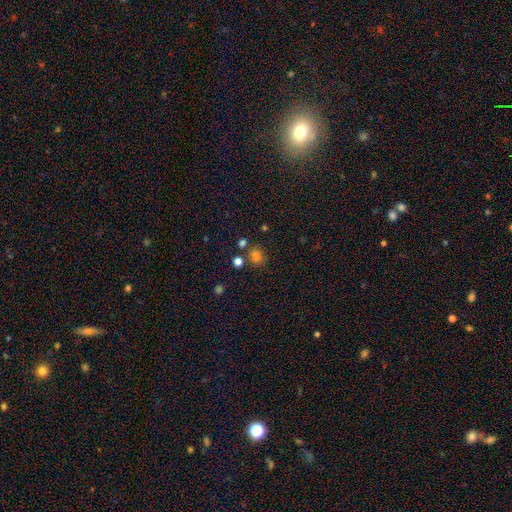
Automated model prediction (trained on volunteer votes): A smooth galaxy with no disk features (68%) that is round (64%).

Vote fractions:
- Smooth or featured? smooth: 68% / star or artifact: 26% / featured or disk: 7%
- How rounded? round: 64% / in between: 35% / cigar-shaped: 1%
- Merging? none: 70% / minor disturbance: 13% / merger: 12% / major disturbance: 5%